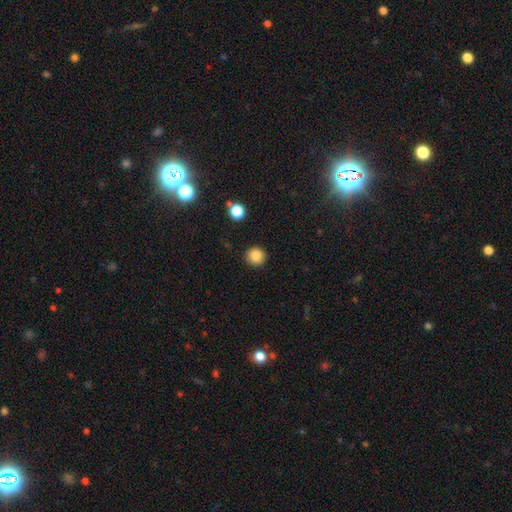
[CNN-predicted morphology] smooth_or_featured: smooth (p=0.86) [alt: star or artifact p=0.10]
how_rounded: round (p=0.93) [alt: in between p=0.06]
merging: none (p=0.90) [alt: minor disturbance p=0.06]